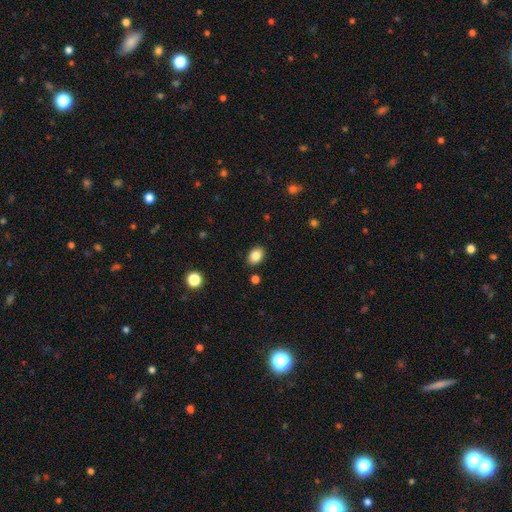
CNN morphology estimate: The model was most divided on "how rounded": in between: 73%, round: 26%, cigar-shaped: 1%. More confident: merging — none (87%); smooth or featured — smooth (85%).